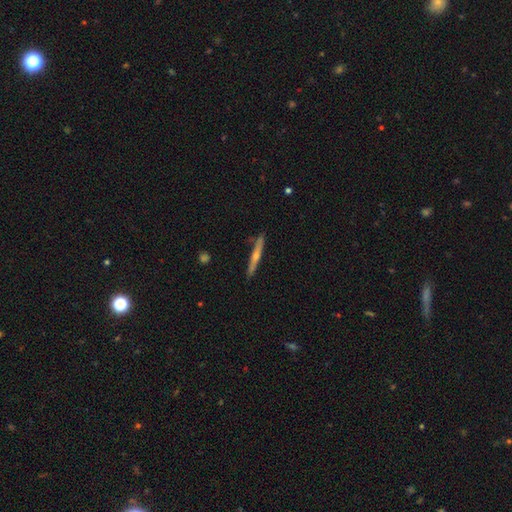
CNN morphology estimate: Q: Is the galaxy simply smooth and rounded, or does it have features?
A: featured or disk — 71%.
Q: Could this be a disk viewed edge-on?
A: yes — 96%.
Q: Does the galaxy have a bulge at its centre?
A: rounded — 84%.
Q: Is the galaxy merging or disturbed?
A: none — 88%.